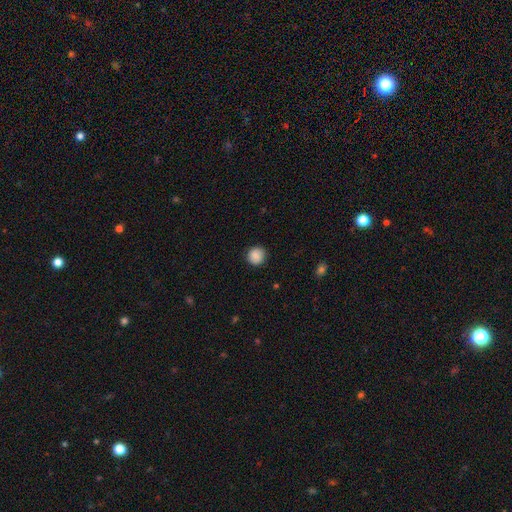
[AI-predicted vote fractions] Smooth or featured? smooth (87%)
How rounded? round (93%)
Merging? none (90%)